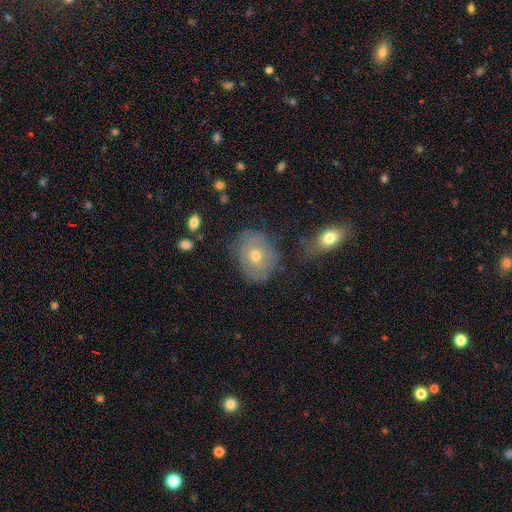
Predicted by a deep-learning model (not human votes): featured or disk 53%, smooth 37%, star or artifact 10%. Down the decision tree: edge-on disk — no (95%); bar — no (81%); spiral arms — yes (64%); bulge size — moderate (69%); merging — none (71%).